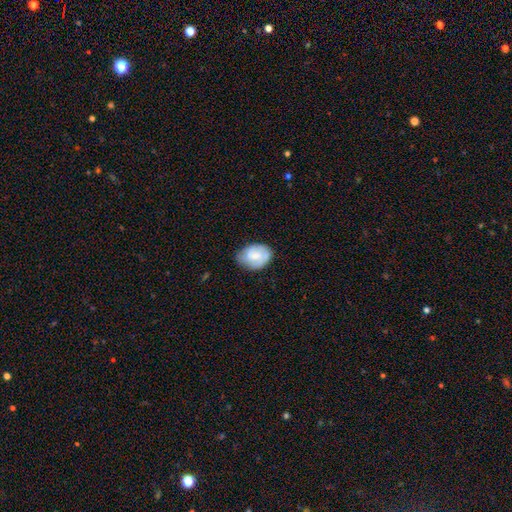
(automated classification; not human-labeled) Smooth or featured? smooth (61%)
How rounded? in between (68%)
Merging? none (62%)